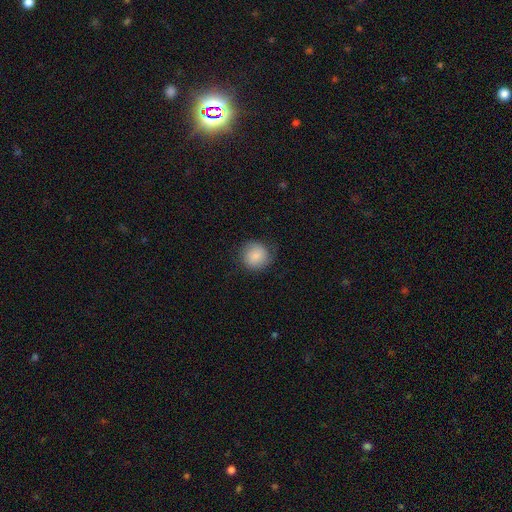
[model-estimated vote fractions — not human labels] Morphology: type=smooth (84%); roundness=round (91%); merging=none (80%).